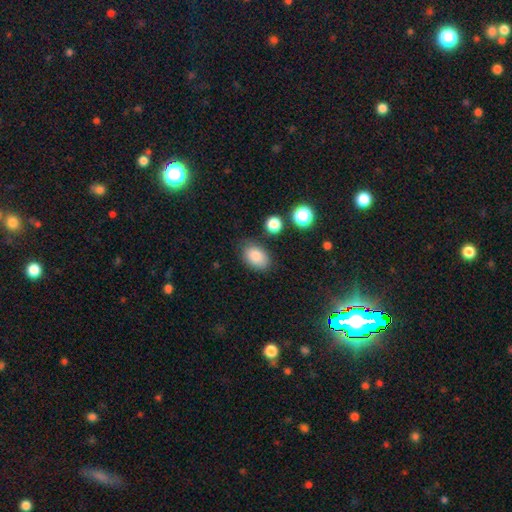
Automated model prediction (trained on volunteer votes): smooth_or_featured: smooth (p=0.84) [alt: star or artifact p=0.09]
how_rounded: in between (p=0.84) [alt: round p=0.15]
merging: none (p=0.77) [alt: minor disturbance p=0.15]